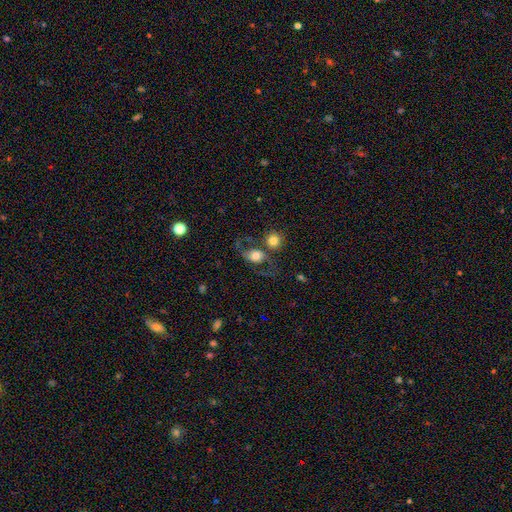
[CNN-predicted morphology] smooth 55%, featured or disk 35%, star or artifact 10%. Down the decision tree: how rounded — round (50%); merging — none (40%).